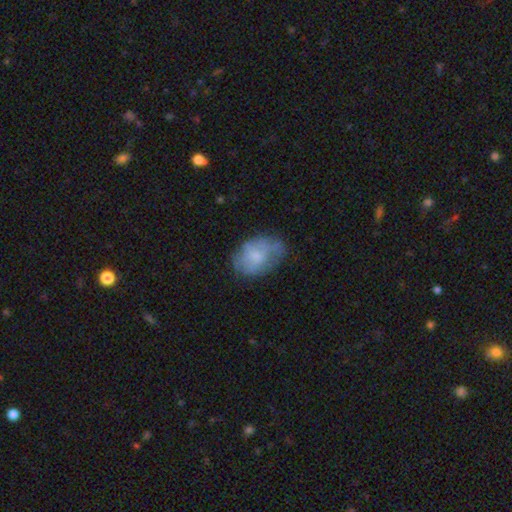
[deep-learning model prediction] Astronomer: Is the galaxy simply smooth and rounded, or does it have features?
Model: smooth — 62%.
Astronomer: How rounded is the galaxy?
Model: in between — 82%.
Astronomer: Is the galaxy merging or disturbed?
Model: none — 53% (runner-up: minor disturbance, 31%).